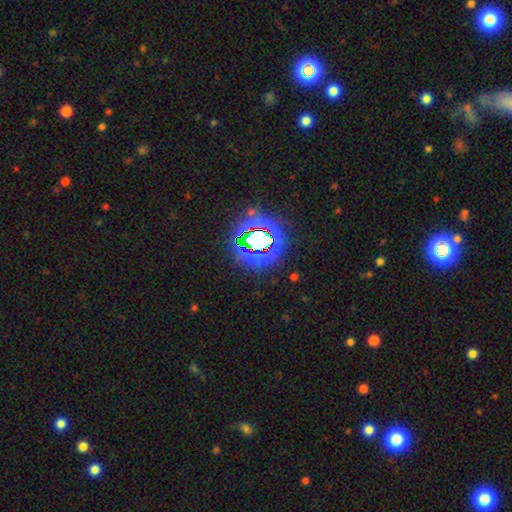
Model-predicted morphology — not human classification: smooth-or-featured: star or artifact: 83% | smooth: 10% | featured or disk: 7%